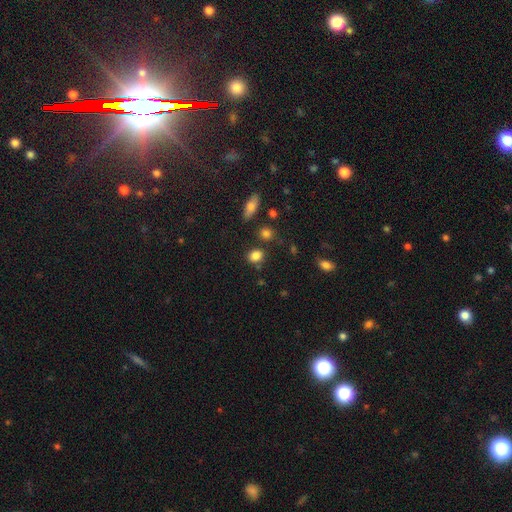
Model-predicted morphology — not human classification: smooth 84%, star or artifact 10%, featured or disk 5%. Down the decision tree: how rounded — round (54%); merging — none (78%).